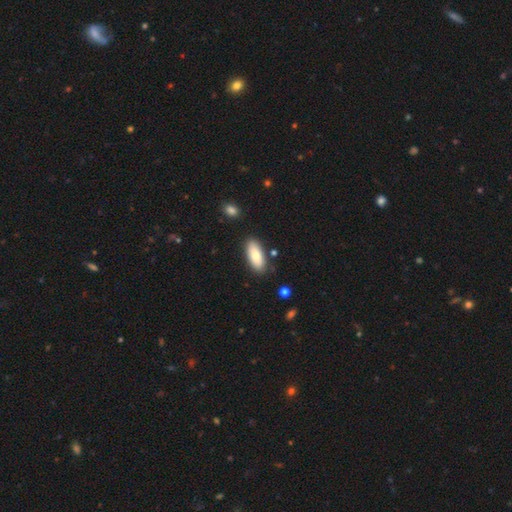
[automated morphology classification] A smooth galaxy with no disk features (82%) that is in between round and cigar-shaped (84%). Merging: none (83%).